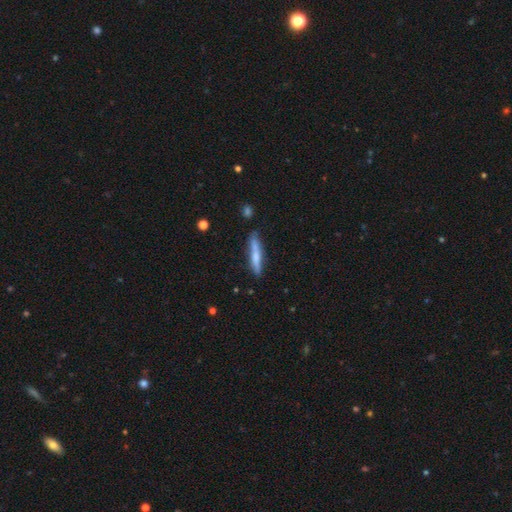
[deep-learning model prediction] Smooth or featured? Predicted: smooth (p=0.61). How rounded? Predicted: cigar-shaped (p=0.90). Merging? Predicted: none (p=0.81).